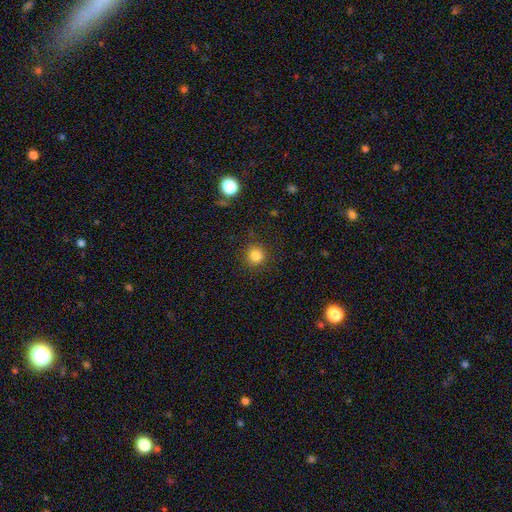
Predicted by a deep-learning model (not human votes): Smooth or featured? smooth (83%)
How rounded? round (93%)
Merging? none (88%)